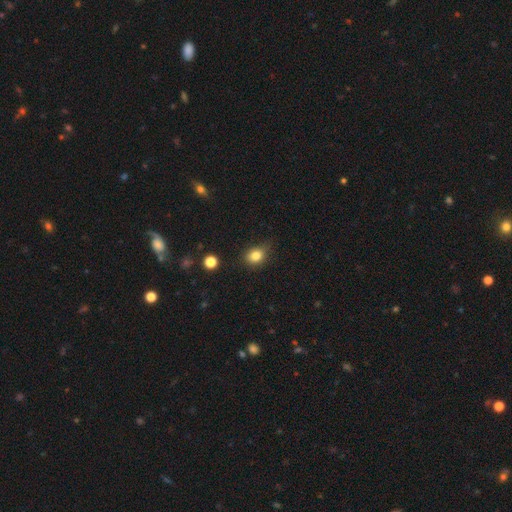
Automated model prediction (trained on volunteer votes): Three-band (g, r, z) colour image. It shows a smooth galaxy with no disk features (82%) that is in between round and cigar-shaped (50%). Merging: none (67%).